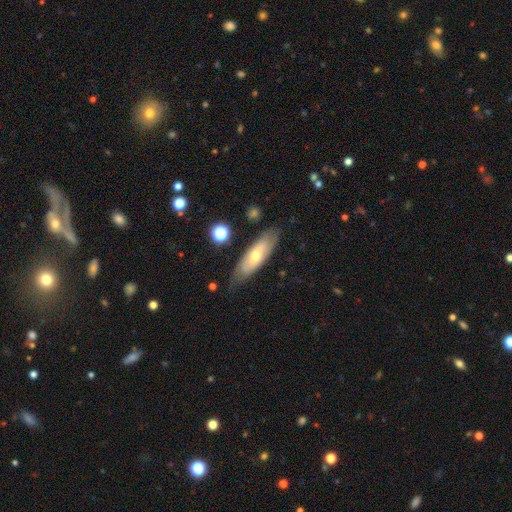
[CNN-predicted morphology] smooth-or-featured: smooth: 47% | featured or disk: 46% | star or artifact: 7%
  merging: none: 75% | minor disturbance: 18% | major disturbance: 5% | merger: 2%